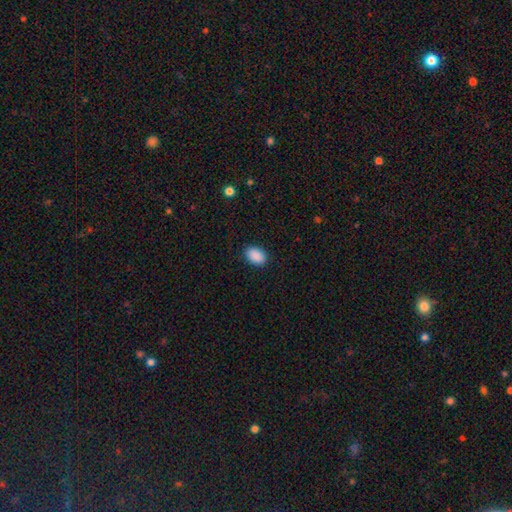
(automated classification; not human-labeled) A smooth galaxy with no disk features (91%) that is in between round and cigar-shaped (85%).

Vote fractions:
- Smooth or featured? smooth: 91% / star or artifact: 7% / featured or disk: 2%
- How rounded? in between: 85% / round: 14% / cigar-shaped: 1%
- Merging? none: 89% / minor disturbance: 8% / major disturbance: 2% / merger: 1%